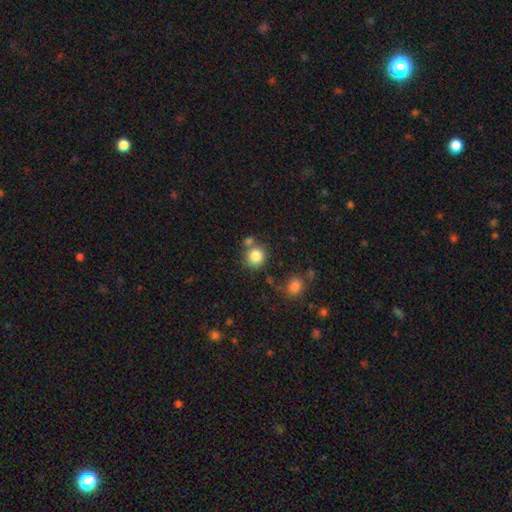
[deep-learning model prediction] This is clearly a smooth galaxy (84%). How rounded: clearly round (89%). Merging: likely none (70%).